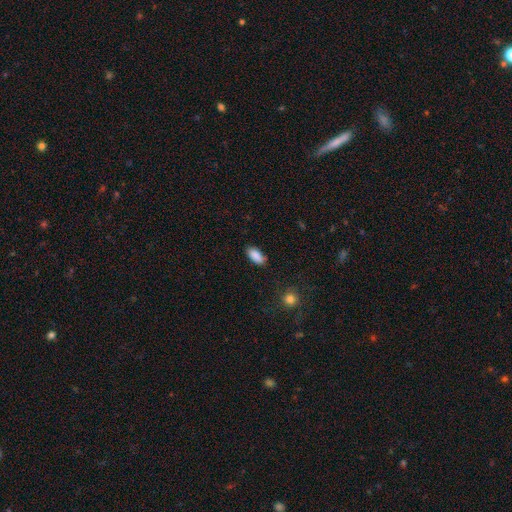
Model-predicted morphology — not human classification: Smooth or featured? Predicted: smooth (p=0.89). How rounded? Predicted: in between (p=0.90). Merging? Predicted: none (p=0.81).